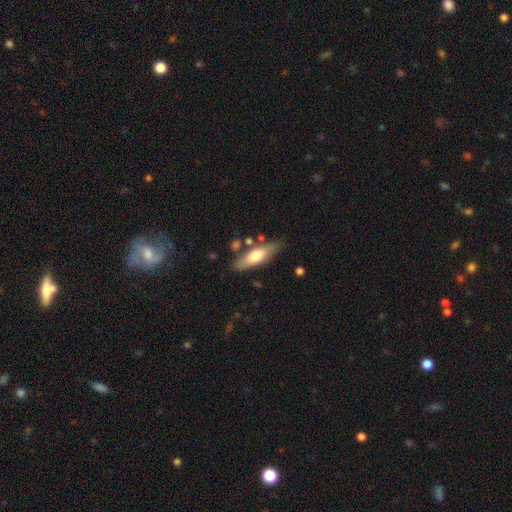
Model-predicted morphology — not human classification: Smooth or featured: smooth — 59% (featured or disk — 36%)
How rounded: cigar-shaped — 49% (in between — 48%)
Merging: none — 77% (minor disturbance — 14%)